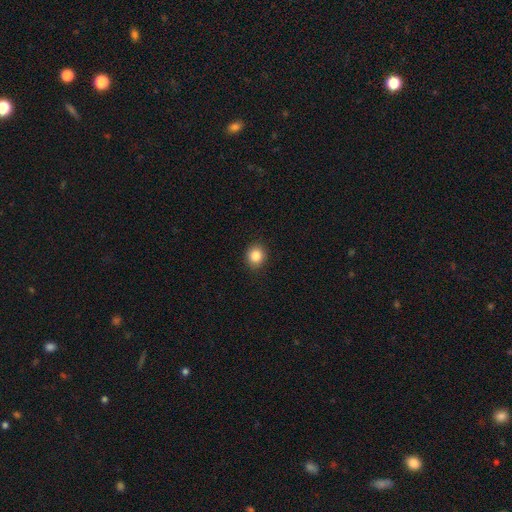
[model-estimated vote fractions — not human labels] smooth-or-featured: smooth: 86% | star or artifact: 10% | featured or disk: 4%
  how-rounded: round: 80% | in between: 19% | cigar-shaped: 1%
  merging: none: 91% | minor disturbance: 7% | major disturbance: 2% | merger: 1%